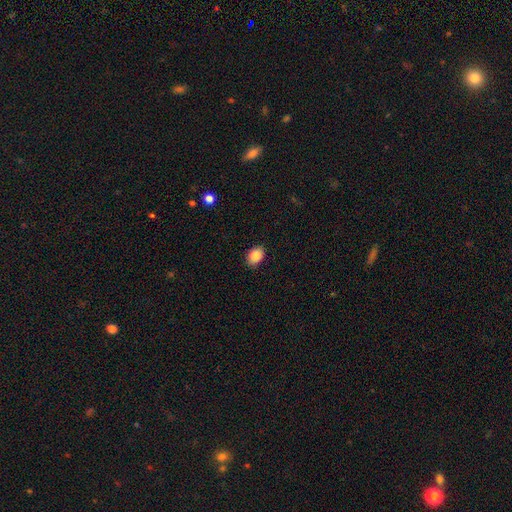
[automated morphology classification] Smooth or featured? smooth (87%)
How rounded? in between (71%)
Merging? none (87%)